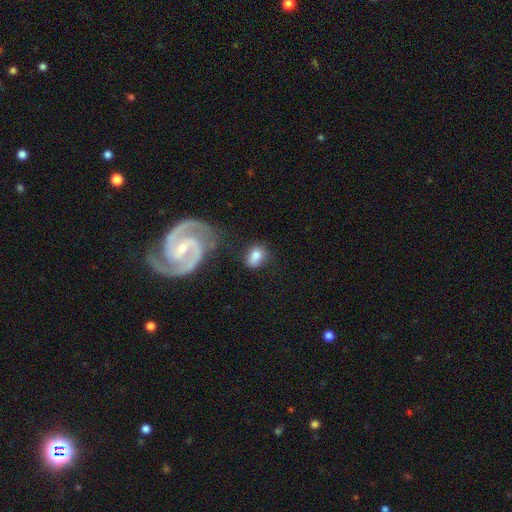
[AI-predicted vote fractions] smooth_or_featured: smooth (p=0.73) [alt: featured or disk p=0.19]
how_rounded: in between (p=0.66) [alt: round p=0.32]
merging: none (p=0.59) [alt: minor disturbance p=0.21]